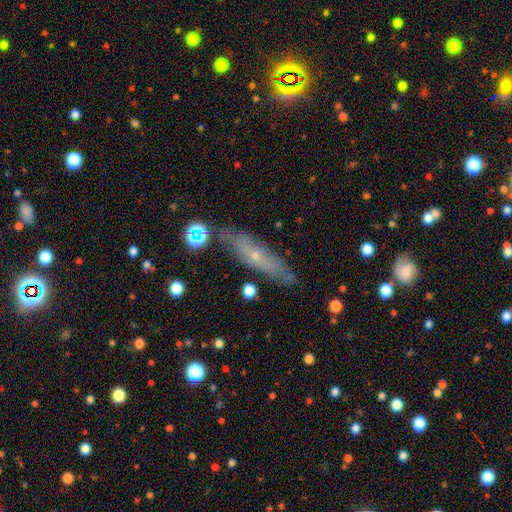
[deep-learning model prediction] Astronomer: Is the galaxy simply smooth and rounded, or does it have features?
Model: featured or disk — 48% (runner-up: smooth, 42%).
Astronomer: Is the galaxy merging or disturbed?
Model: none — 77%.